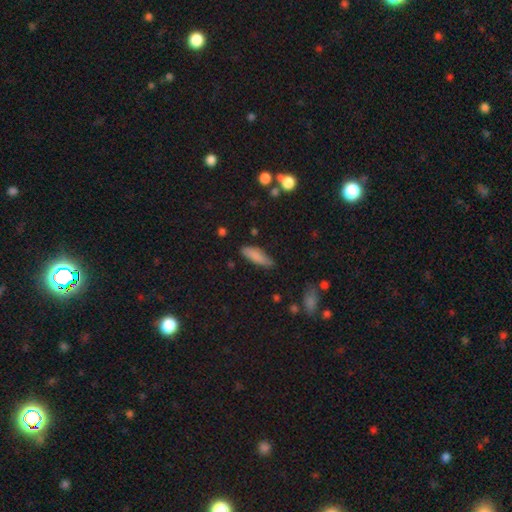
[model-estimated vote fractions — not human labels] The model was most divided on "how rounded" (2-way tie): cigar-shaped: 49%, in between: 49%, round: 2%. More confident: smooth or featured — smooth (84%); merging — none (77%).